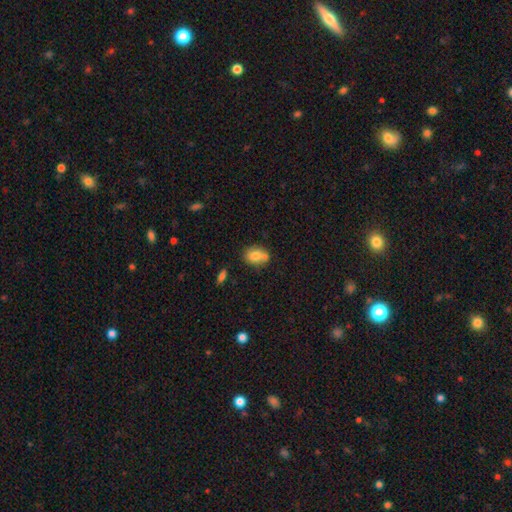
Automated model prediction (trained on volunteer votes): smooth-or-featured: smooth: 76% | featured or disk: 16% | star or artifact: 9%
  how-rounded: in between: 65% | round: 34% | cigar-shaped: 2%
  merging: none: 54% | merger: 21% | minor disturbance: 20% | major disturbance: 5%